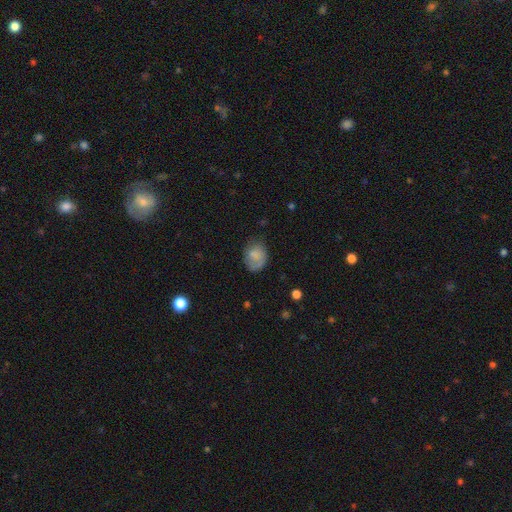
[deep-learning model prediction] A smooth galaxy with no disk features (69%) that is in between round and cigar-shaped (58%). Merging: none (56%).